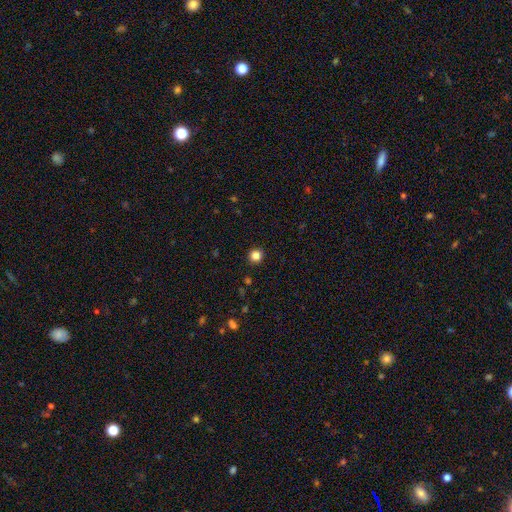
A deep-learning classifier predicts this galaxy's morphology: Smooth or featured: smooth — 84% (star or artifact — 12%)
How rounded: round — 95% (in between — 5%)
Merging: none — 93% (minor disturbance — 4%)